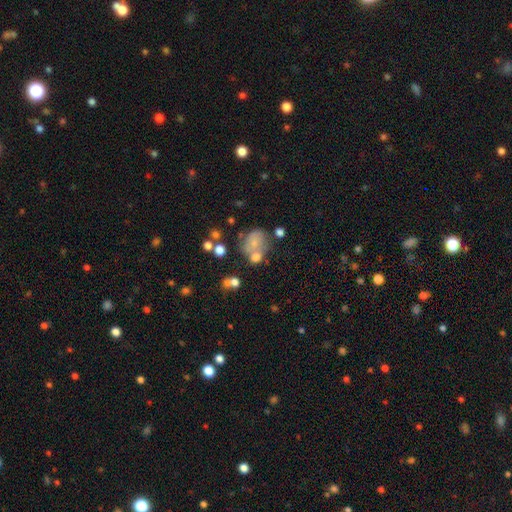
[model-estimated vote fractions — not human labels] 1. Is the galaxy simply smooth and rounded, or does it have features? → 53% smooth, 30% featured or disk, 17% star or artifact.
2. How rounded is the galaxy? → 51% round, 48% in between, 1% cigar-shaped.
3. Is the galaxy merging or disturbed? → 43% none, 27% merger, 19% minor disturbance, 11% major disturbance.